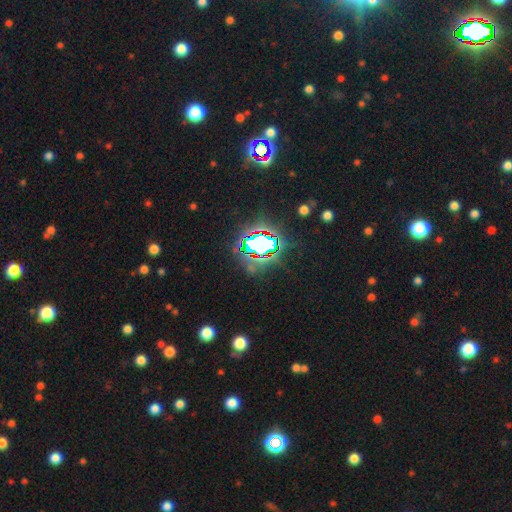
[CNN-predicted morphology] smooth_or_featured: star or artifact (p=0.83) [alt: smooth p=0.10]